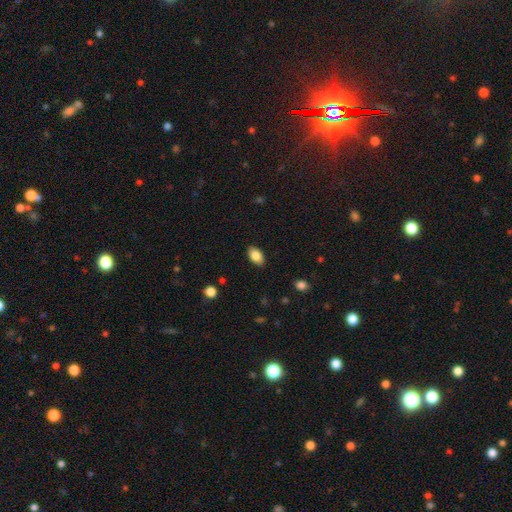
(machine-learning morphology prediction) Smooth or featured?
  - smooth: 86% *
  - star or artifact: 8%
  - featured or disk: 7%
How rounded?
  - in between: 92% *
  - round: 6%
  - cigar-shaped: 2%
Merging?
  - none: 87% *
  - minor disturbance: 10%
  - major disturbance: 2%
  - merger: 1%